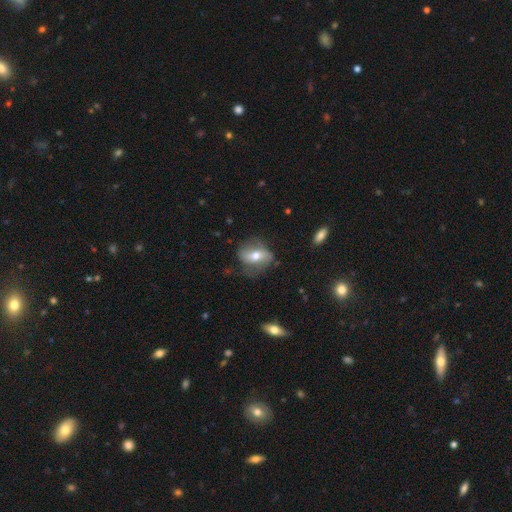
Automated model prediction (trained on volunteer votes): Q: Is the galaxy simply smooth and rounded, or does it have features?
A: featured or disk — 46%, tied with smooth.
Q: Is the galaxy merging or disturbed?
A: none — 57%.